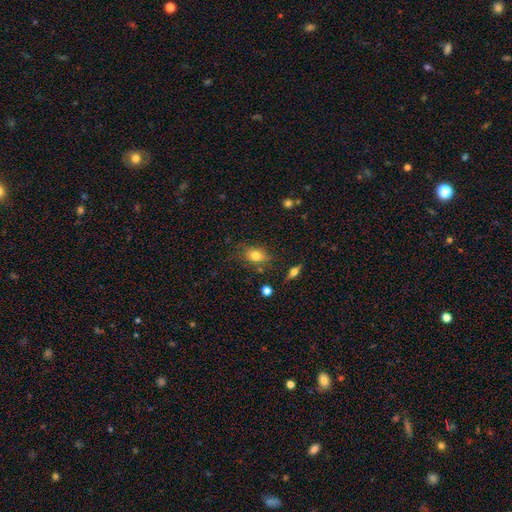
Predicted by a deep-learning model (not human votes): Smooth or featured: smooth — 76% (featured or disk — 13%)
How rounded: in between — 70% (round — 27%)
Merging: none — 71% (minor disturbance — 19%)